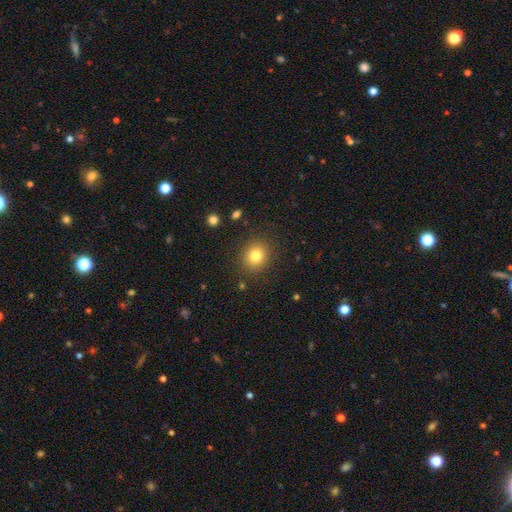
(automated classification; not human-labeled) Morphology: type=smooth (80%); roundness=round (79%); merging=none (88%).